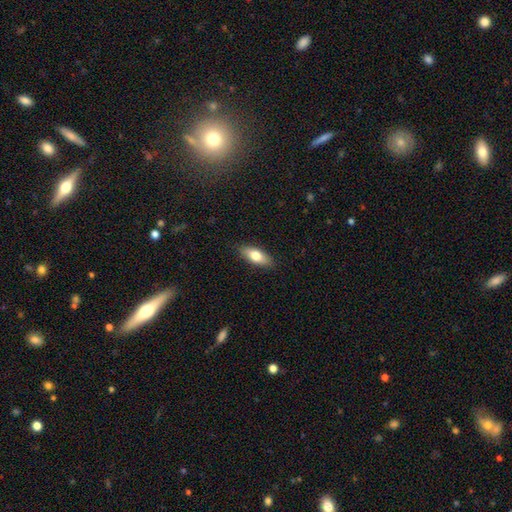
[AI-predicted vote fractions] smooth_or_featured: smooth (p=0.72) [alt: featured or disk p=0.21]
how_rounded: in between (p=0.79) [alt: cigar-shaped p=0.18]
merging: none (p=0.88) [alt: minor disturbance p=0.10]